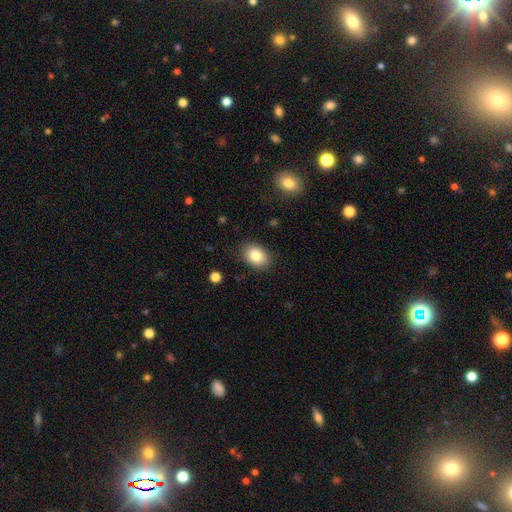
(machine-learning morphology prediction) smooth_or_featured: smooth (p=0.83) [alt: star or artifact p=0.09]
how_rounded: in between (p=0.69) [alt: round p=0.30]
merging: none (p=0.85) [alt: minor disturbance p=0.11]